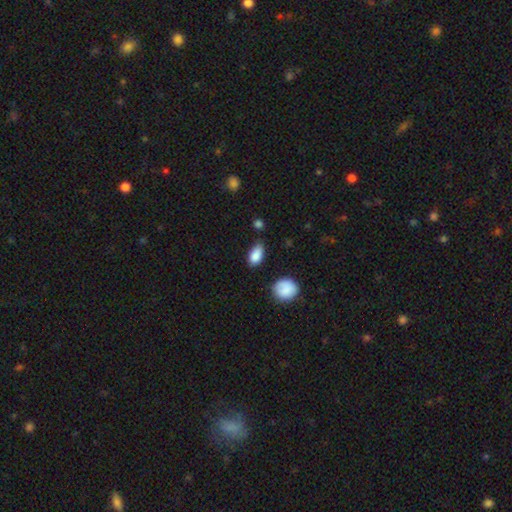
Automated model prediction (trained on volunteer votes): A smooth galaxy with no disk features (87%) that is in between round and cigar-shaped (90%). Merging: none (67%).